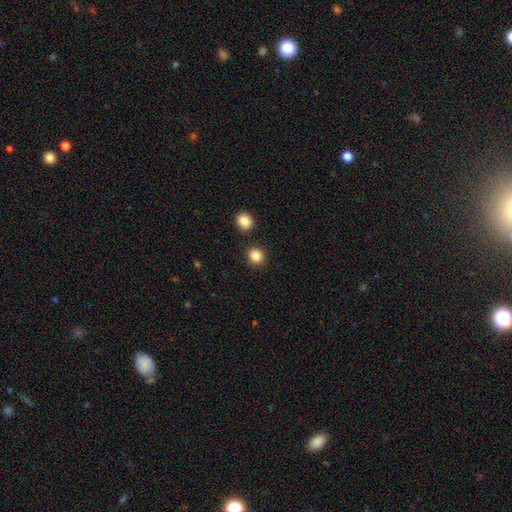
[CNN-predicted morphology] Overall: smooth (86%). How rounded: round (87%). Merging: none (88%).